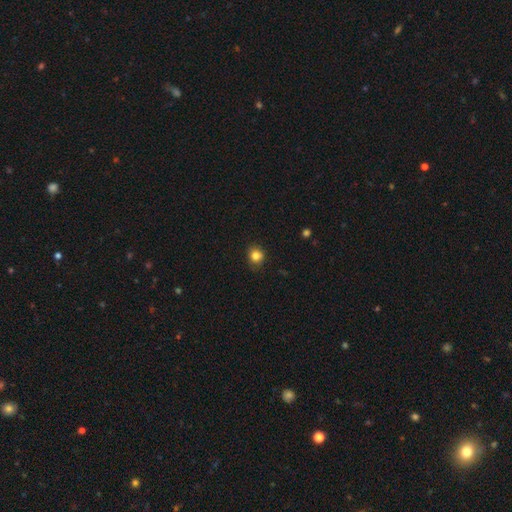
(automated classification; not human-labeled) Q: Smooth or featured?
A: smooth (84%); runner-up: star or artifact (11%)
Q: How rounded?
A: round (83%); runner-up: in between (16%)
Q: Merging?
A: none (87%); runner-up: minor disturbance (10%)